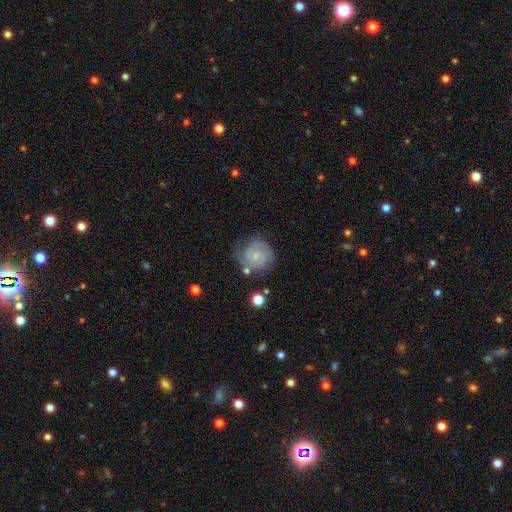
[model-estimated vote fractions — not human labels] This appears to be a featured or disk galaxy (74%) with no bar (60%), 2 (52%) tight (58%) spiral arms (94%) and a small central bulge (72%). Merging: none (67%).